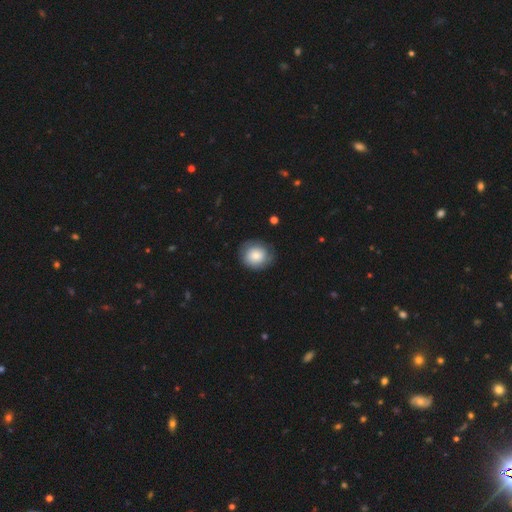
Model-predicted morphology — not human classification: Smooth or featured? Predicted: smooth (p=0.78). How rounded? Predicted: round (p=0.76). Merging? Predicted: none (p=0.78).